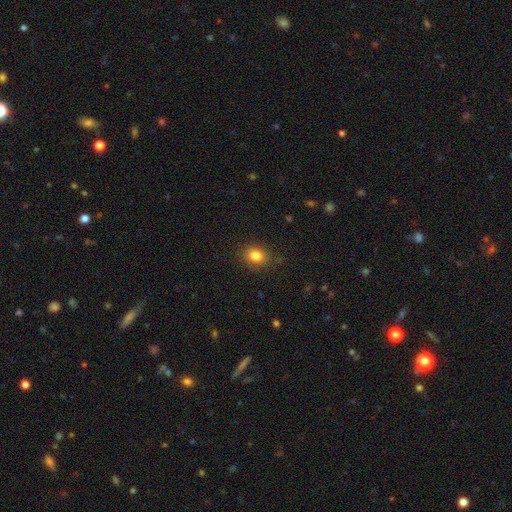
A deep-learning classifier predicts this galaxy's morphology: Smooth or featured? smooth (82%)
How rounded? round (55%)
Merging? none (84%)